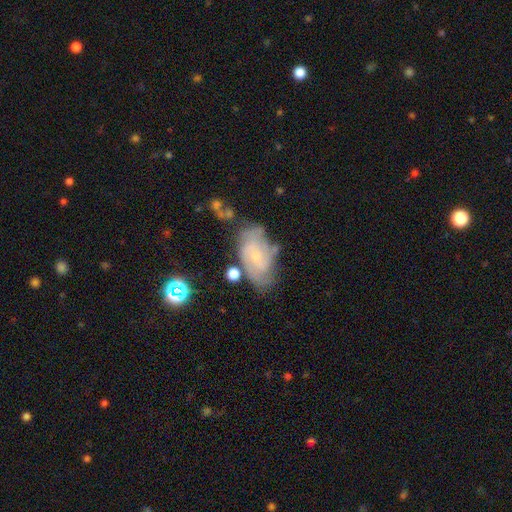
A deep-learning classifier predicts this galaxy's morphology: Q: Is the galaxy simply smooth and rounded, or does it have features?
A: featured or disk — 73%.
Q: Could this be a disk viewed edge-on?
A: no — 96%.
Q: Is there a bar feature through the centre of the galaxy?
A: no — 63%.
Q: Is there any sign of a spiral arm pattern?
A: yes — 88%.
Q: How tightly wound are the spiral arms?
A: tight — 50%.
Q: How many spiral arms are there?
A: can't tell — 38%.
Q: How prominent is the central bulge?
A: small — 69%.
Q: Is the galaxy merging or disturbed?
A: none — 54%.